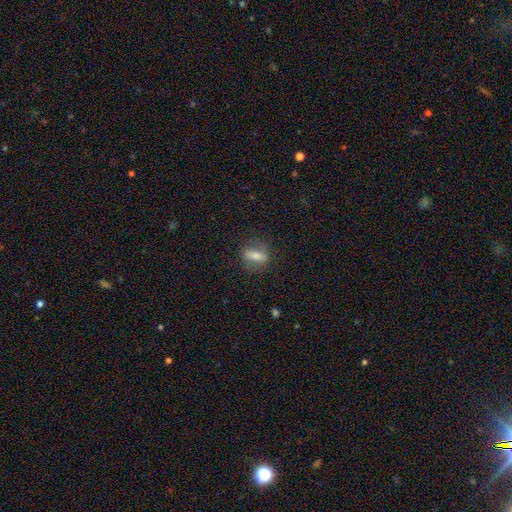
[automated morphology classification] Smooth or featured?
  - smooth: 59% *
  - featured or disk: 31%
  - star or artifact: 10%
How rounded?
  - in between: 54% *
  - cigar-shaped: 32%
  - round: 13%
Merging?
  - none: 79% *
  - minor disturbance: 14%
  - major disturbance: 6%
  - merger: 1%